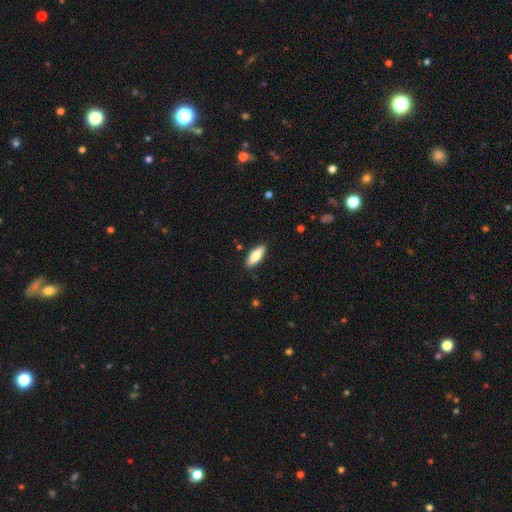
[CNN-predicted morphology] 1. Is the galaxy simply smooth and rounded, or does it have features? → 76% smooth, 18% featured or disk, 6% star or artifact.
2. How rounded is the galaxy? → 71% in between, 27% cigar-shaped, 2% round.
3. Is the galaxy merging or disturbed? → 88% none, 9% minor disturbance, 2% major disturbance, 1% merger.